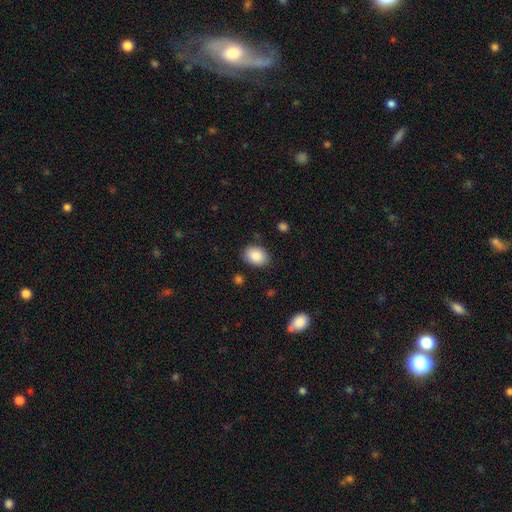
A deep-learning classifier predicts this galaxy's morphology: The model was most divided on "how rounded": in between: 78%, round: 21%, cigar-shaped: 1%. More confident: smooth or featured — smooth (87%); merging — none (85%).